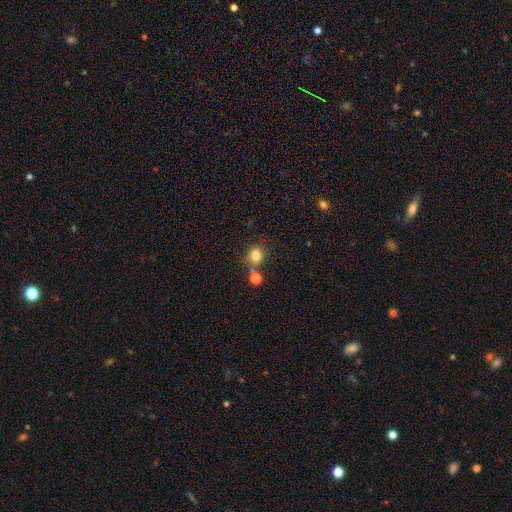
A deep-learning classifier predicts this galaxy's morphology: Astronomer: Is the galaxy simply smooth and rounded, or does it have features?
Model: smooth — 81%.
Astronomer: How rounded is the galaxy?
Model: round — 82%.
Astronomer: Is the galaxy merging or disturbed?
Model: none — 72%.